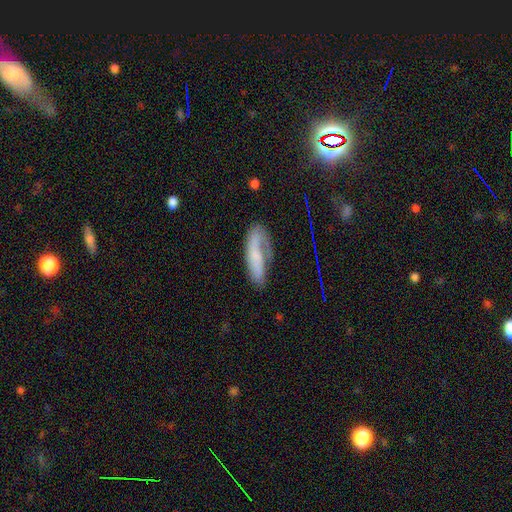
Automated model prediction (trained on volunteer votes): This is possibly a smooth galaxy (53%). How rounded: possibly in between (52%). Merging: marginally none (45%).